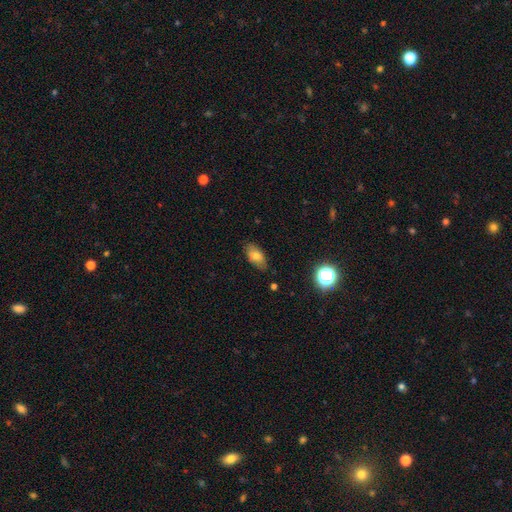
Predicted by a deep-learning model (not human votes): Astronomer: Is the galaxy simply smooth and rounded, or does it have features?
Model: smooth — 73%.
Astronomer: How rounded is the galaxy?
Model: in between — 90%.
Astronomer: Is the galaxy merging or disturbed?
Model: none — 79%.